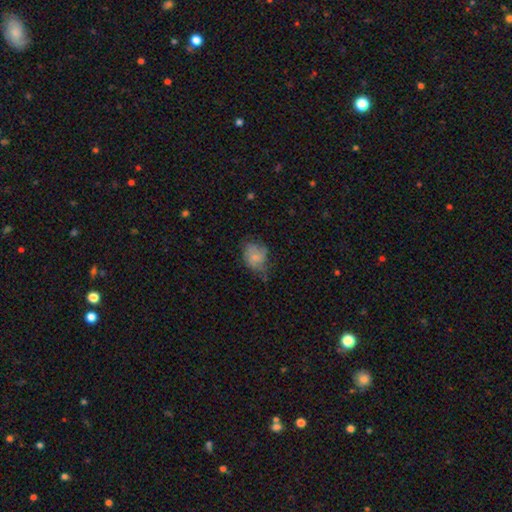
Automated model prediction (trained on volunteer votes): Smooth or featured? Predicted: smooth (p=0.59). How rounded? Predicted: in between (p=0.57). Merging? Predicted: none (p=0.43).